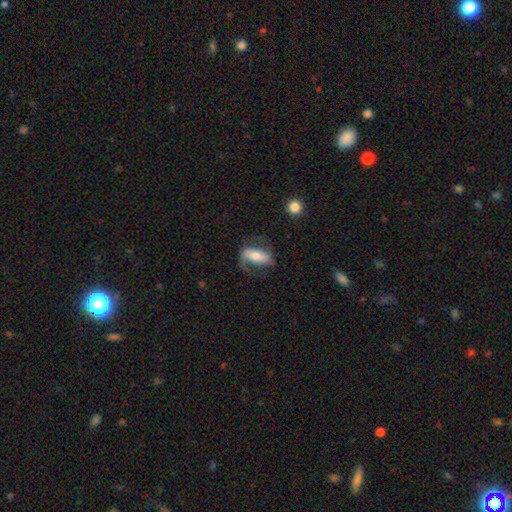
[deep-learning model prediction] Q: Smooth or featured?
A: featured or disk (58%); runner-up: smooth (35%)
Q: Edge-on disk?
A: no (85%); runner-up: yes (15%)
Q: Merging?
A: none (56%); runner-up: minor disturbance (21%)